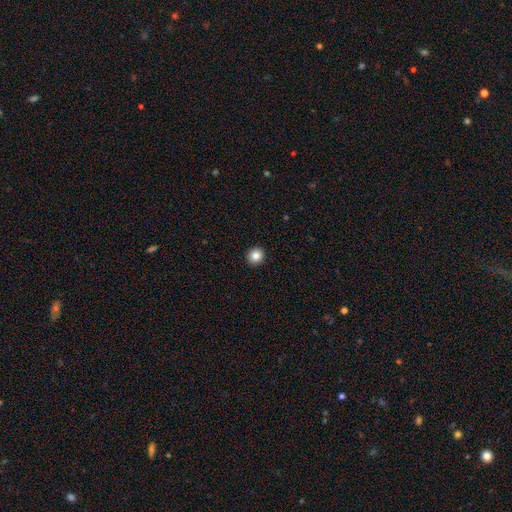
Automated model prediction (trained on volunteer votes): The model was most divided on "smooth or featured": smooth: 84%, star or artifact: 10%, featured or disk: 6%. More confident: merging — none (93%); how rounded — round (91%).